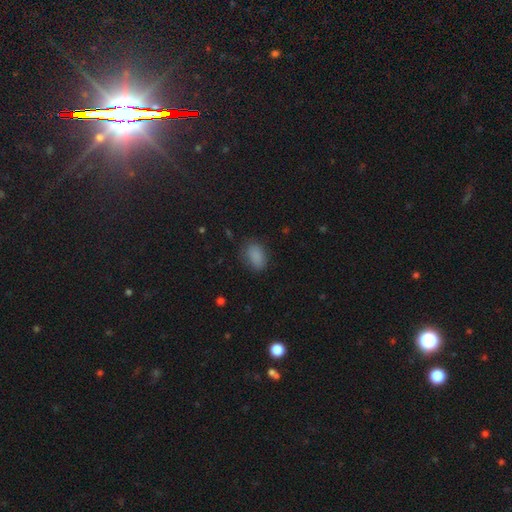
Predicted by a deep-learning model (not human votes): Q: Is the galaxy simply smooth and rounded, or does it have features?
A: smooth — 86%.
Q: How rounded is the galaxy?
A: in between — 85%.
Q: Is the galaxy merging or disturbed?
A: none — 73%.